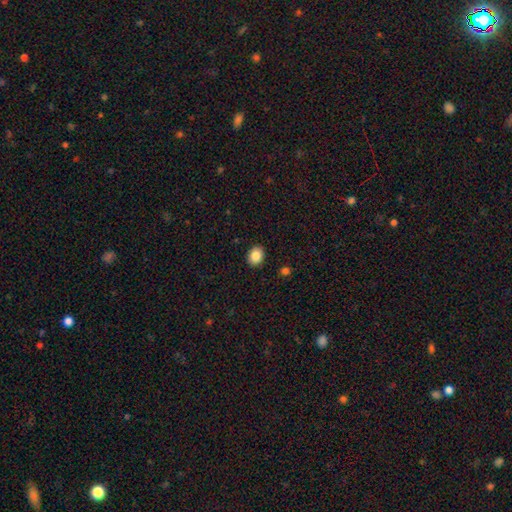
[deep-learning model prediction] Smooth or featured? smooth (87%)
How rounded? in between (54%)
Merging? none (90%)